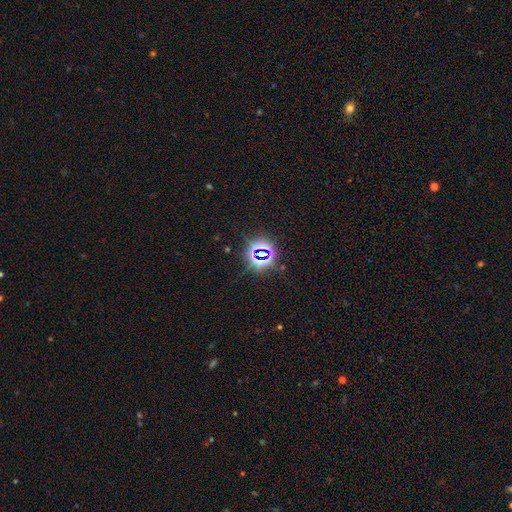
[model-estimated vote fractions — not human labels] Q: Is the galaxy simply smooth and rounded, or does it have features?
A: star or artifact — 74%.